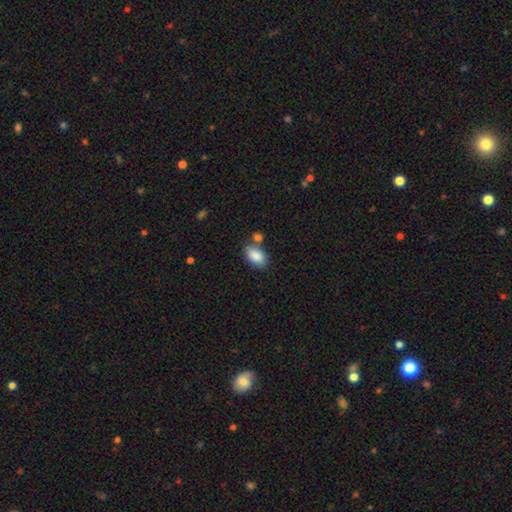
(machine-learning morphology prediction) Q: Smooth or featured?
A: smooth (87%); runner-up: star or artifact (7%)
Q: How rounded?
A: in between (91%); runner-up: round (7%)
Q: Merging?
A: none (66%); runner-up: merger (16%)